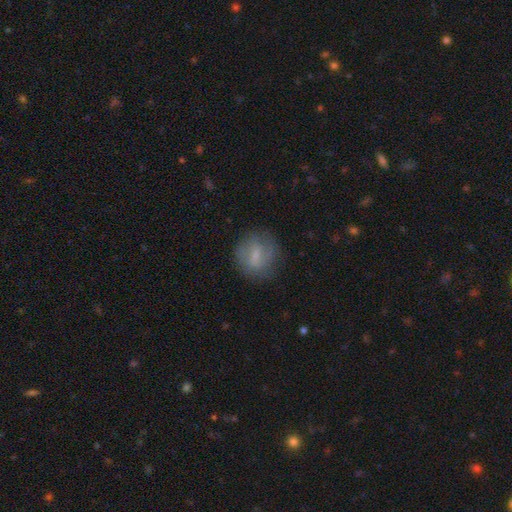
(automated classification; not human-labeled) Smooth or featured? Predicted: smooth (p=0.60). How rounded? Predicted: round (p=0.74). Merging? Predicted: none (p=0.74).